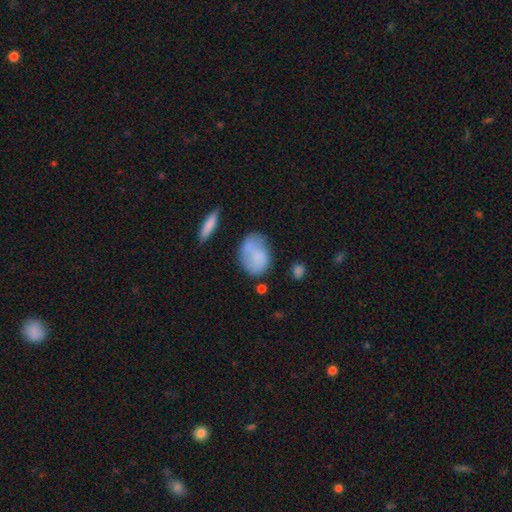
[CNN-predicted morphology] smooth-or-featured: smooth: 75% | featured or disk: 17% | star or artifact: 8%
  how-rounded: in between: 77% | round: 21% | cigar-shaped: 2%
  merging: none: 50% | minor disturbance: 29% | major disturbance: 12% | merger: 9%